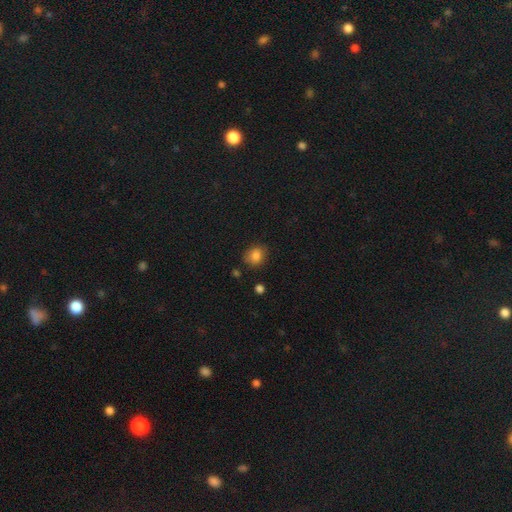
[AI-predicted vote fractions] This appears to be a smooth galaxy with no disk features (84%) that is round (64%). Merging: none (79%).